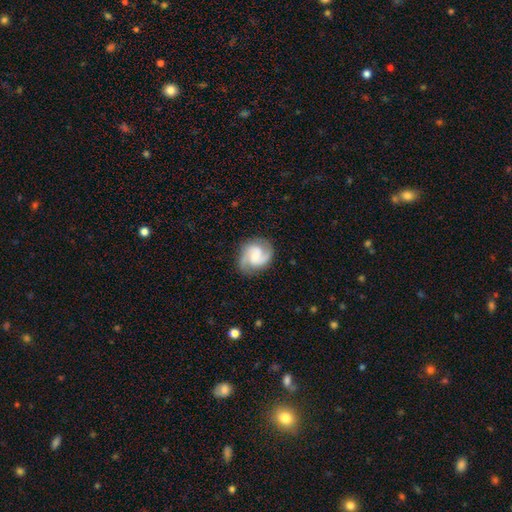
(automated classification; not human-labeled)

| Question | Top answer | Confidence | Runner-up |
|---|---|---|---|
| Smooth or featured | featured or disk | 82% | smooth (12%) |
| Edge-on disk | no | 98% | yes (2%) |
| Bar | no | 48% | weak (42%) |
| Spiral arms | yes | 97% | no (3%) |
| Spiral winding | medium | 54% | tight (26%) |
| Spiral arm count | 2 | 84% | 3 (7%) |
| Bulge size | small | 39% | moderate (32%) |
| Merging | none | 80% | minor disturbance (14%) |